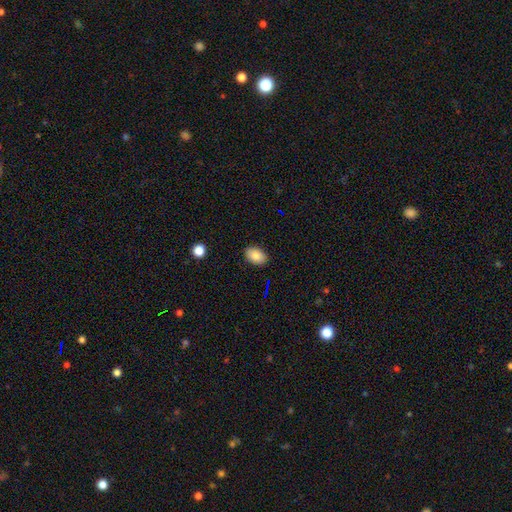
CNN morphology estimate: This appears to be a smooth galaxy with no disk features (86%) that is in between round and cigar-shaped (88%). Merging: none (88%).